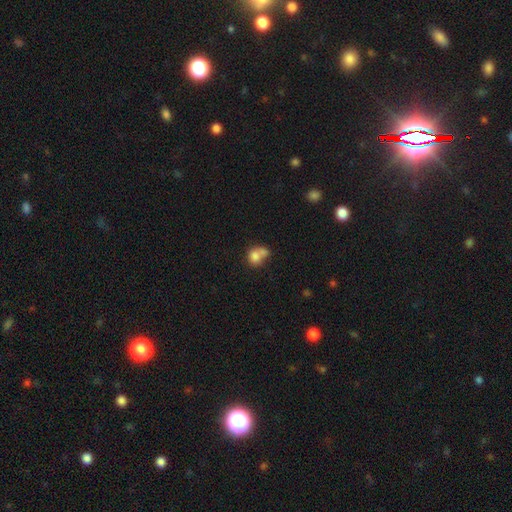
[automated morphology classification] smooth_or_featured: smooth (p=0.77) [alt: featured or disk p=0.13]
how_rounded: round (p=0.59) [alt: in between p=0.40]
merging: merger (p=0.55) [alt: none p=0.26]